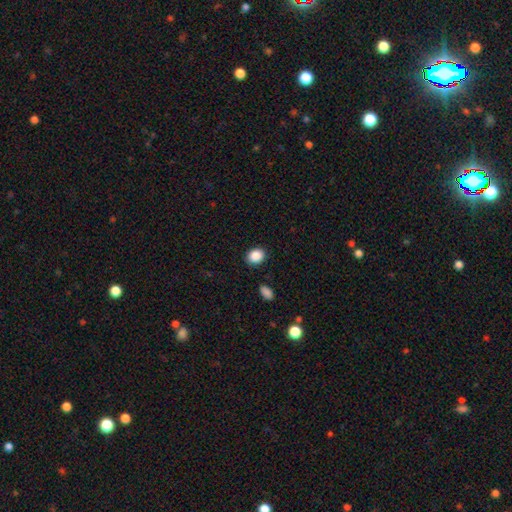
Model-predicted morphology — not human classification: A smooth galaxy with no disk features (88%) that is round (54%).

Vote fractions:
- Smooth or featured? smooth: 88% / star or artifact: 8% / featured or disk: 3%
- How rounded? round: 54% / in between: 45% / cigar-shaped: 1%
- Merging? none: 88% / minor disturbance: 8% / major disturbance: 2% / merger: 2%